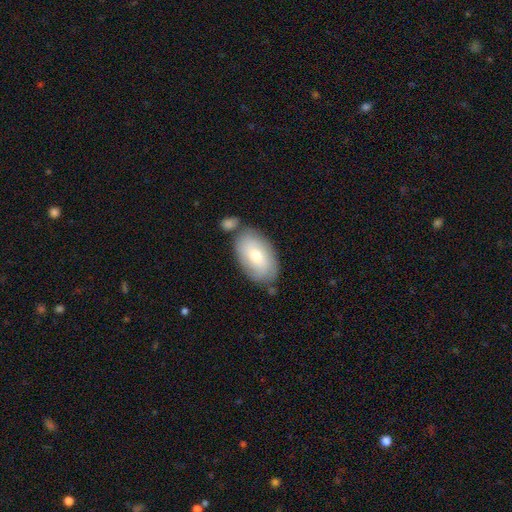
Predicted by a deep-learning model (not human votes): smooth_or_featured: smooth (p=0.63) [alt: featured or disk p=0.30]
how_rounded: in between (p=0.92) [alt: round p=0.06]
merging: none (p=0.69) [alt: minor disturbance p=0.15]